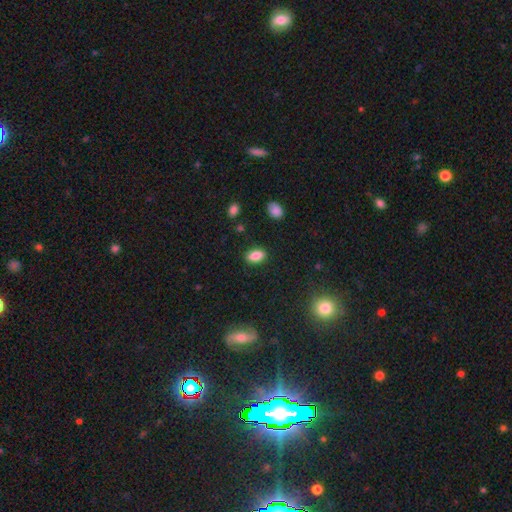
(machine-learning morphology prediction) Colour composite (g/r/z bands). It shows a smooth galaxy with no disk features (84%) that is in between round and cigar-shaped (89%). Merging: none (87%).